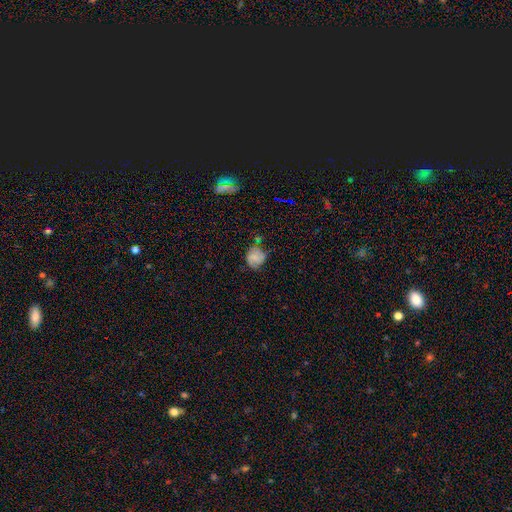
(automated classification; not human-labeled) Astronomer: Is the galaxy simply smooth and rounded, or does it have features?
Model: smooth — 60%.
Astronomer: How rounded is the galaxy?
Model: round — 73%.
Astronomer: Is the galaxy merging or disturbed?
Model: none — 53% (runner-up: minor disturbance, 30%).